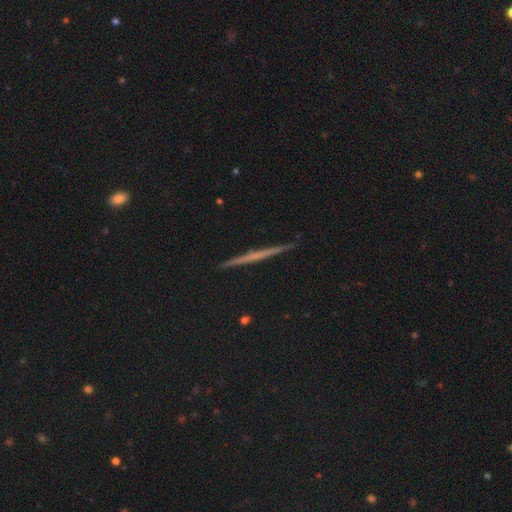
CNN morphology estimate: featured or disk 63%, smooth 27%, star or artifact 10%. Down the decision tree: edge-on disk — yes (98%); edge-on bulge — none (80%); merging — none (92%).